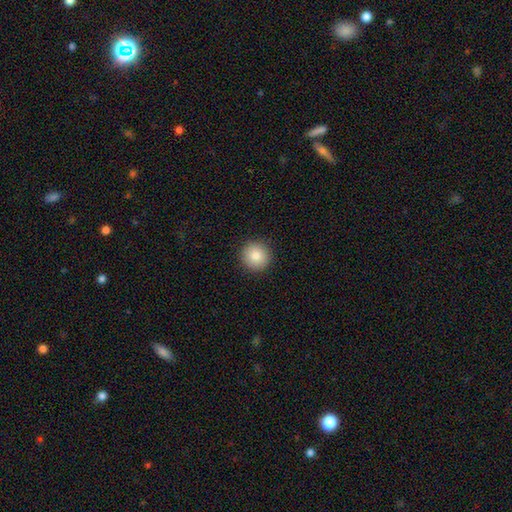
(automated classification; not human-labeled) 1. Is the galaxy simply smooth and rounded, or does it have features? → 85% smooth, 9% star or artifact, 6% featured or disk.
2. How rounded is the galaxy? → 95% round, 4% in between, 1% cigar-shaped.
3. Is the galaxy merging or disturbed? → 92% none, 5% minor disturbance, 2% major disturbance, 1% merger.